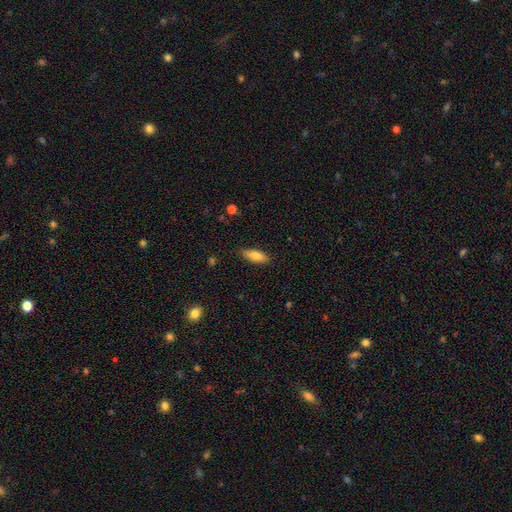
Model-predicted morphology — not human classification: smooth-or-featured: smooth: 81% | featured or disk: 13% | star or artifact: 6%
  how-rounded: in between: 64% | cigar-shaped: 34% | round: 2%
  merging: none: 85% | minor disturbance: 12% | major disturbance: 2% | merger: 1%